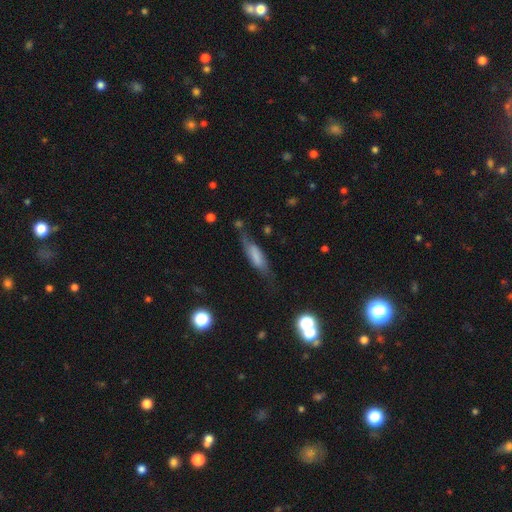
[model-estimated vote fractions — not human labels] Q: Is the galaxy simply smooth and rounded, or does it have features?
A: smooth — 54%.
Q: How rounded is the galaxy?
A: cigar-shaped — 57%.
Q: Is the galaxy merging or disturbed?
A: none — 54%.